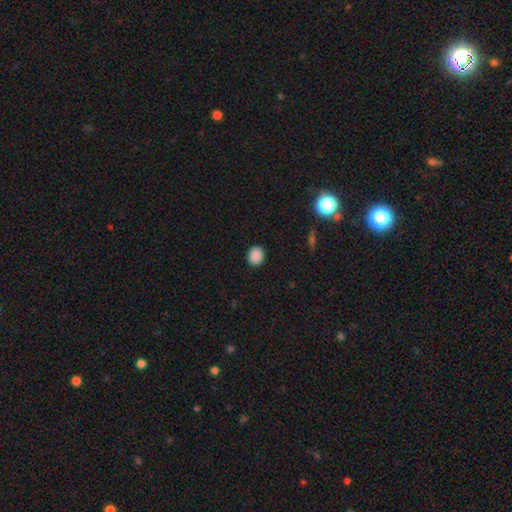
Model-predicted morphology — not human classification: This is clearly a smooth galaxy (88%). How rounded: likely round (61%). Merging: clearly none (91%).